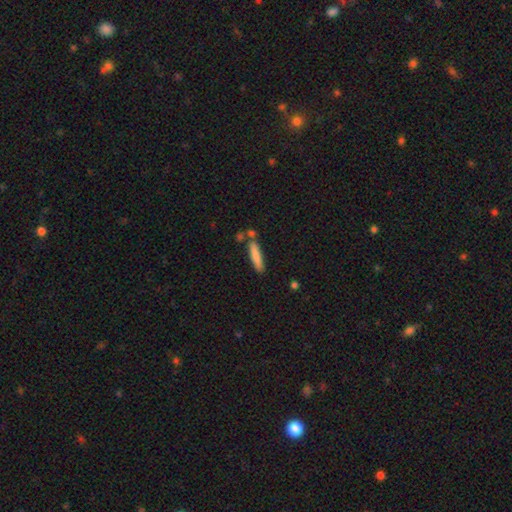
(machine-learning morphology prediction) Smooth or featured? smooth (77%)
How rounded? cigar-shaped (87%)
Merging? none (73%)